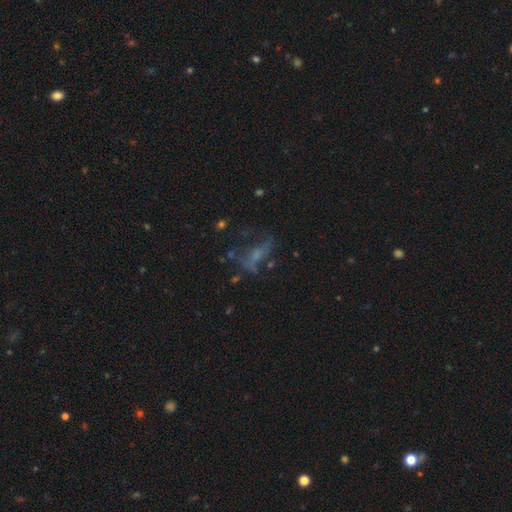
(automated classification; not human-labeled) A featured or disk galaxy (50%). Merging: none (42%).